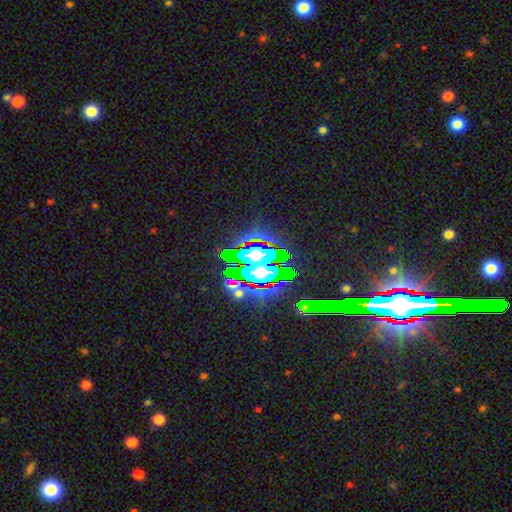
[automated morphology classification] star or artifact 64%, smooth 19%, featured or disk 17%.